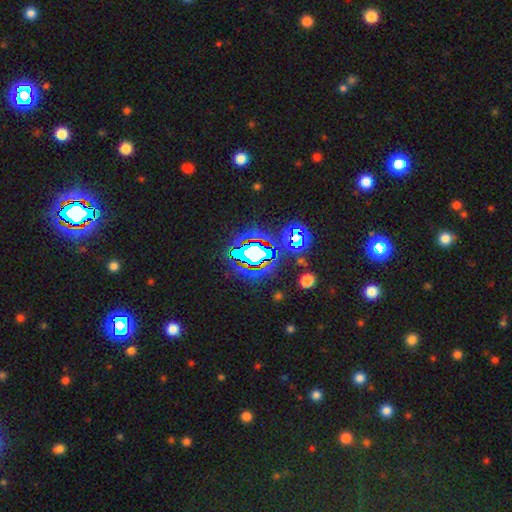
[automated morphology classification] Smooth or featured? Predicted: star or artifact (p=0.76).